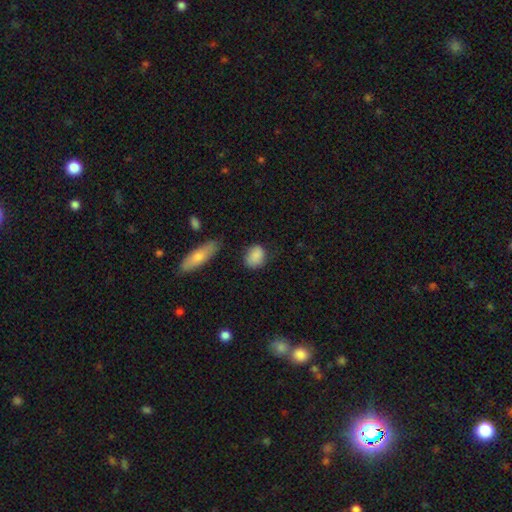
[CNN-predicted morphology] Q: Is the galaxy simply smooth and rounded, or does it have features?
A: smooth — 85%.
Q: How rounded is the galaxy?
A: in between — 53%.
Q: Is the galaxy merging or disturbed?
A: none — 71%.